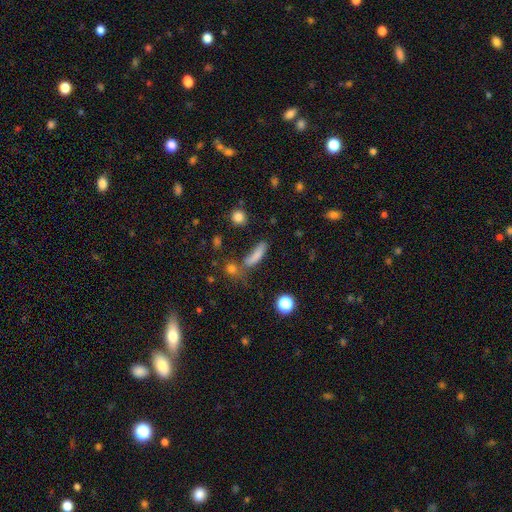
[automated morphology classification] smooth 75%, featured or disk 13%, star or artifact 12%. Down the decision tree: how rounded — cigar-shaped (64%); merging — none (53%).